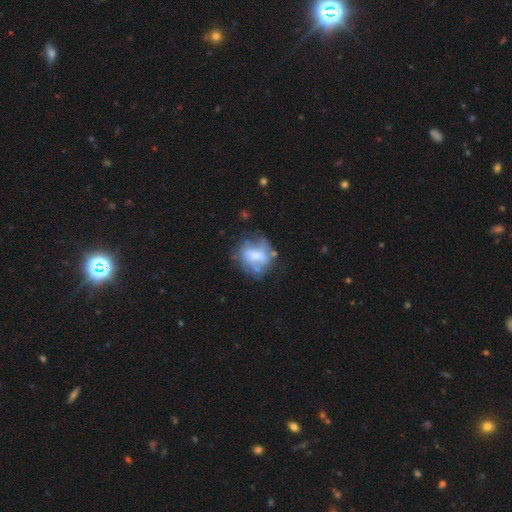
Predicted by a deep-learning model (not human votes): This appears to be a featured or disk galaxy (52%). Merging: none (49%).